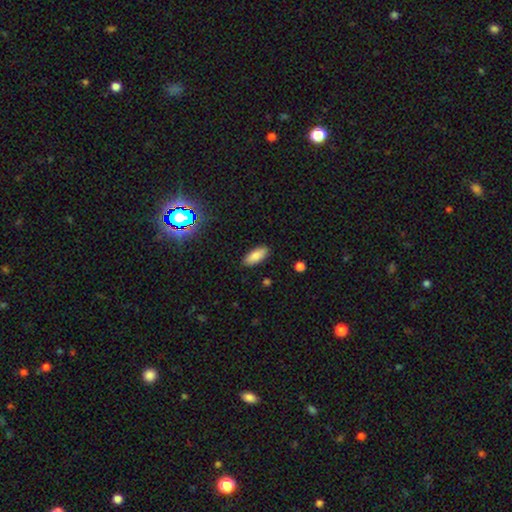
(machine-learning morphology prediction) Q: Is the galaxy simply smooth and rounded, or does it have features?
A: smooth — 84%.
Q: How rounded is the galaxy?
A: in between — 82%.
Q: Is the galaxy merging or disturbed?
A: none — 88%.